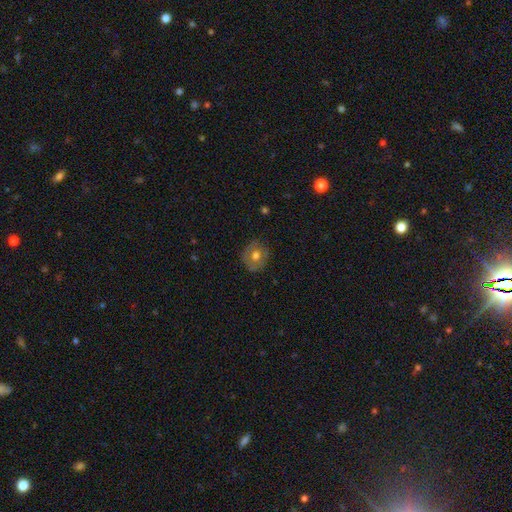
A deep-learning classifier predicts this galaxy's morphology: Smooth or featured? Predicted: smooth (p=0.57). How rounded? Predicted: round (p=0.82). Merging? Predicted: none (p=0.81).